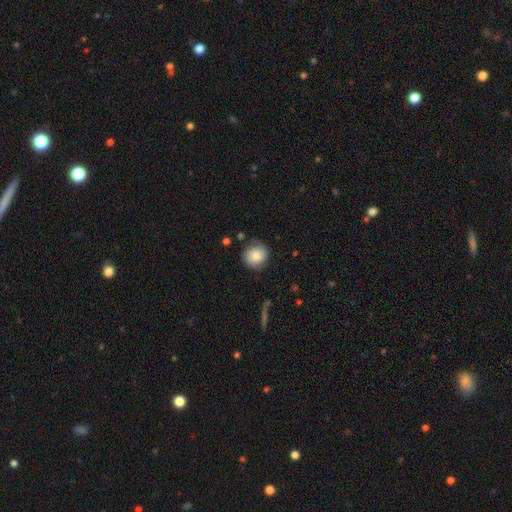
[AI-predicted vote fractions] A smooth galaxy with no disk features (70%) that is round (87%).

Vote fractions:
- Smooth or featured? smooth: 70% / featured or disk: 22% / star or artifact: 8%
- How rounded? round: 87% / in between: 12% / cigar-shaped: 1%
- Merging? none: 73% / minor disturbance: 19% / major disturbance: 6% / merger: 2%